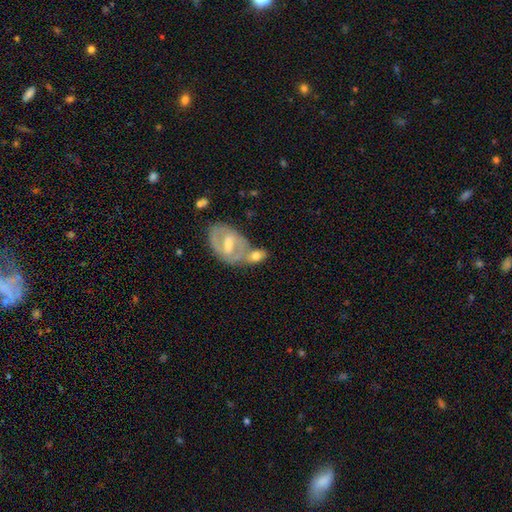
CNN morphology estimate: The model was most divided on "merging": merger: 43%, none: 36%, minor disturbance: 14%, major disturbance: 7%. More confident: how rounded — in between (76%); smooth or featured — smooth (51%).